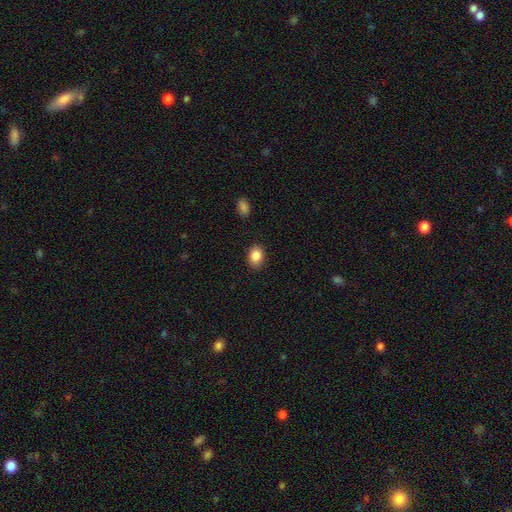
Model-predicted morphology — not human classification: A smooth galaxy with no disk features (87%) that is in between round and cigar-shaped (64%). Merging: none (87%).